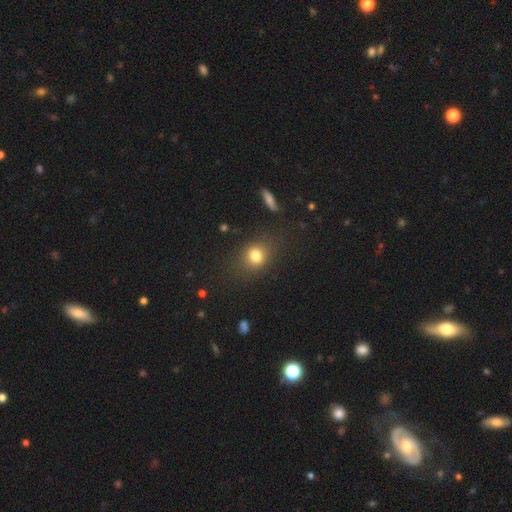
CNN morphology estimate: This is likely a smooth galaxy (80%). How rounded: likely round (61%). Merging: likely none (78%).